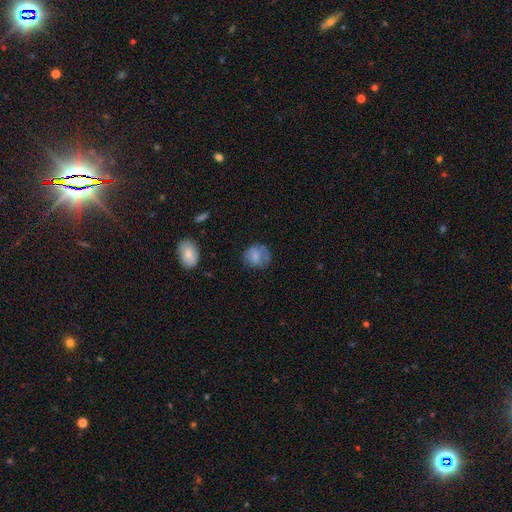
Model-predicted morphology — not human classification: Q: Smooth or featured?
A: smooth (75%); runner-up: featured or disk (16%)
Q: How rounded?
A: round (74%); runner-up: in between (25%)
Q: Merging?
A: none (59%); runner-up: minor disturbance (26%)